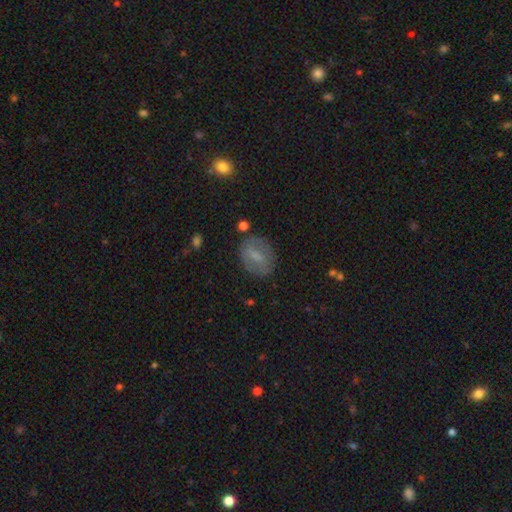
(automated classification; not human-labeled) Smooth or featured?
  - smooth: 56% *
  - featured or disk: 35%
  - star or artifact: 9%
How rounded?
  - in between: 68% *
  - round: 29%
  - cigar-shaped: 3%
Merging?
  - none: 76% *
  - minor disturbance: 16%
  - major disturbance: 6%
  - merger: 2%